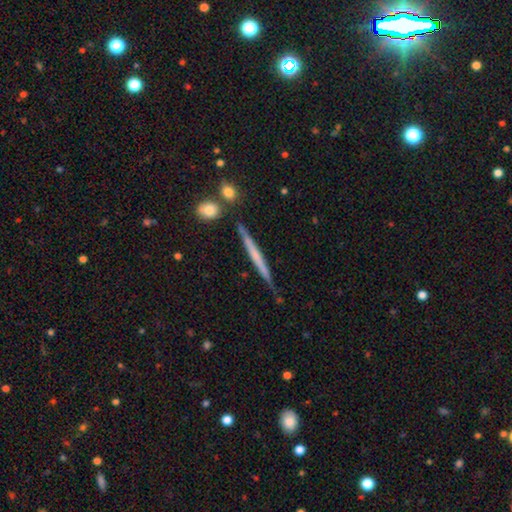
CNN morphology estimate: Smooth or featured?
  - featured or disk: 50% *
  - smooth: 44%
  - star or artifact: 6%
Merging?
  - none: 82% *
  - minor disturbance: 12%
  - merger: 4%
  - major disturbance: 2%